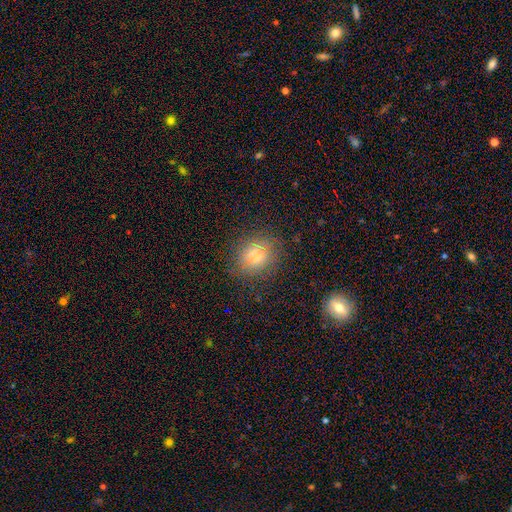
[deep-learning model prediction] Smooth or featured: smooth — 68% (star or artifact — 17%)
How rounded: round — 74% (in between — 24%)
Merging: none — 78% (minor disturbance — 13%)